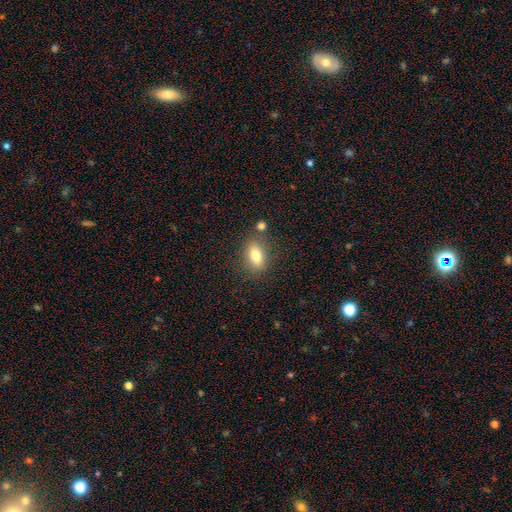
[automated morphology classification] Smooth or featured? Predicted: smooth (p=0.77). How rounded? Predicted: in between (p=0.81). Merging? Predicted: none (p=0.77).